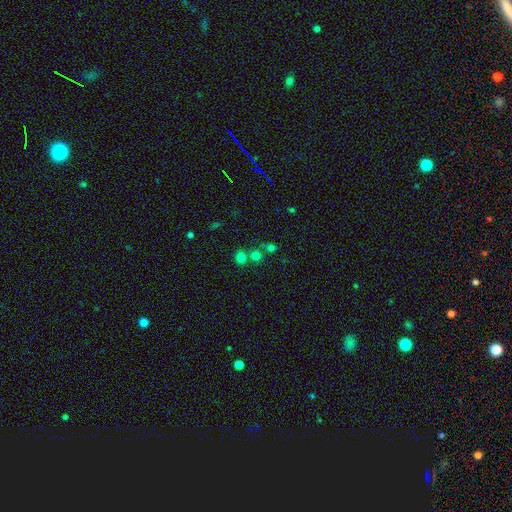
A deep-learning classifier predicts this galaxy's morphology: Q: Smooth or featured?
A: smooth (70%); runner-up: star or artifact (22%)
Q: How rounded?
A: round (83%); runner-up: in between (16%)
Q: Merging?
A: none (61%); runner-up: merger (28%)